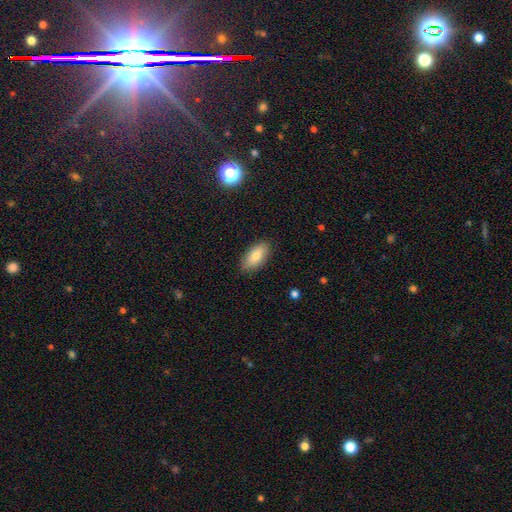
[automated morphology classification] This appears to be a smooth galaxy with no disk features (79%) that is in between round and cigar-shaped (89%). Merging: none (86%).